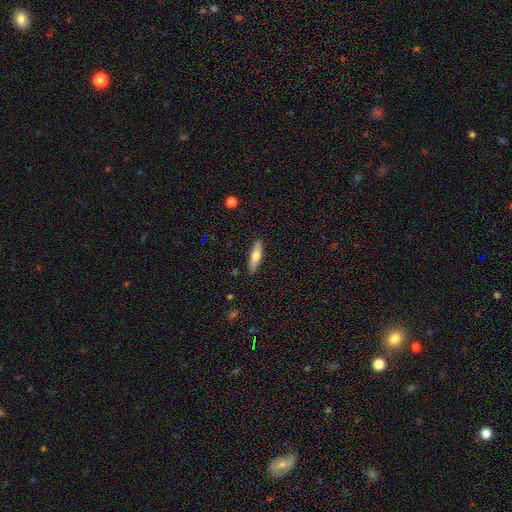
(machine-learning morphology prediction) Smooth or featured: smooth — 59% (featured or disk — 35%)
How rounded: cigar-shaped — 61% (in between — 37%)
Merging: none — 89% (minor disturbance — 8%)